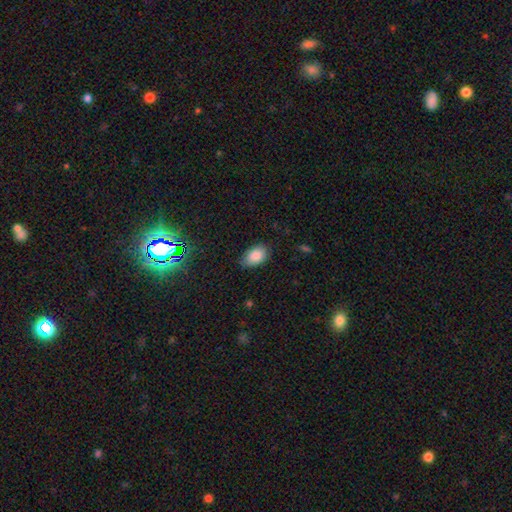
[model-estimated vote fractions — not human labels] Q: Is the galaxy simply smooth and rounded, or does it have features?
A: smooth — 87%.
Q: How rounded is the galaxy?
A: in between — 90%.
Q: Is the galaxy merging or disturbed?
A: none — 74%.